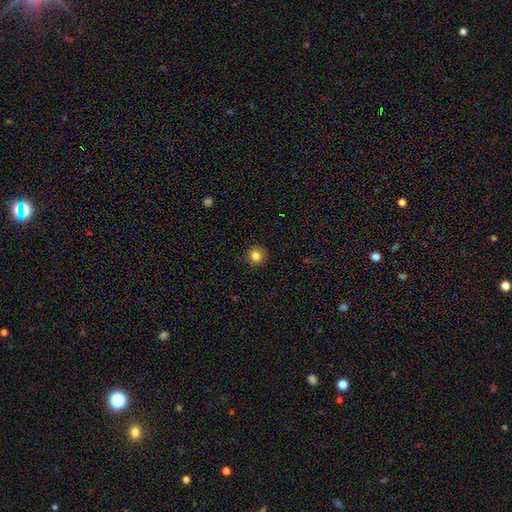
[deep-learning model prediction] smooth_or_featured: smooth (p=0.83) [alt: star or artifact p=0.11]
how_rounded: round (p=0.86) [alt: in between p=0.13]
merging: none (p=0.89) [alt: minor disturbance p=0.08]